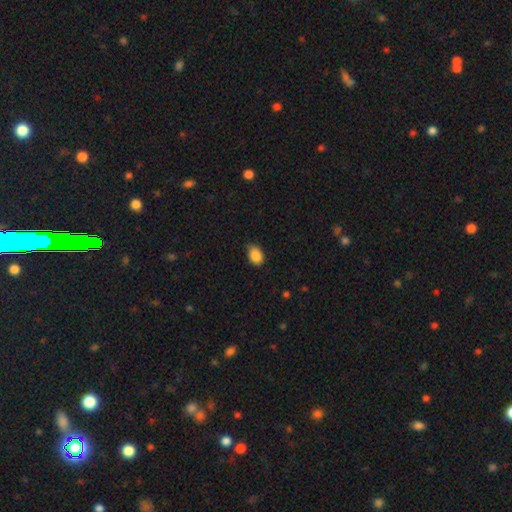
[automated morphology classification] Smooth or featured?
  - smooth: 87% *
  - star or artifact: 9%
  - featured or disk: 4%
How rounded?
  - in between: 80% *
  - round: 19%
  - cigar-shaped: 1%
Merging?
  - none: 69% *
  - minor disturbance: 27%
  - major disturbance: 3%
  - merger: 1%